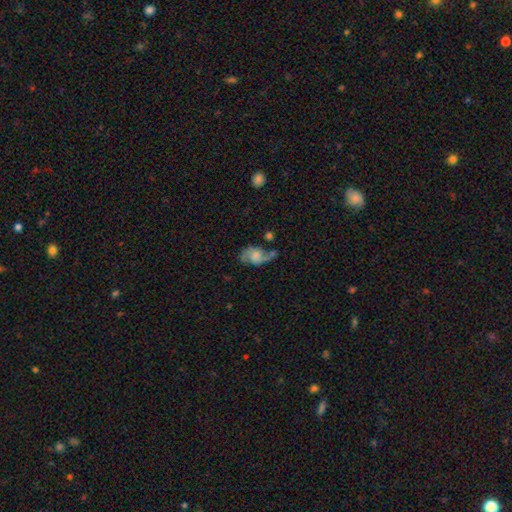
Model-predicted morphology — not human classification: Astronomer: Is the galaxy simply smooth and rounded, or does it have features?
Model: featured or disk — 60%.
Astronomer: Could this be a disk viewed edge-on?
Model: no — 96%.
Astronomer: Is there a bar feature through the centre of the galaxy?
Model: no — 63%.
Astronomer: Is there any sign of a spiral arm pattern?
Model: yes — 84%.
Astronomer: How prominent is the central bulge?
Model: none — 29% (runner-up: moderate, 27%).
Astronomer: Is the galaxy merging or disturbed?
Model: none — 38% (runner-up: minor disturbance, 25%).